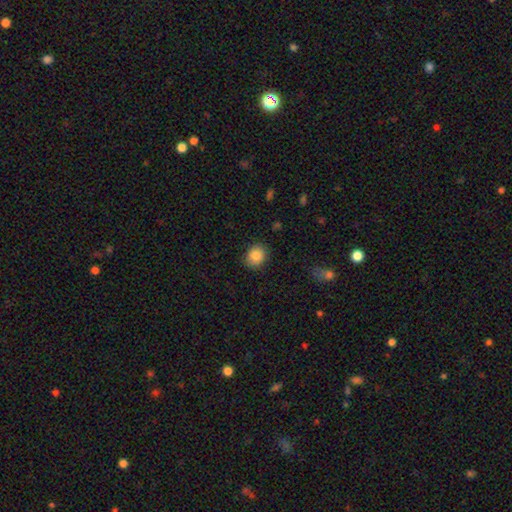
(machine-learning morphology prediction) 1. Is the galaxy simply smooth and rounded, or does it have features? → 86% smooth, 8% star or artifact, 6% featured or disk.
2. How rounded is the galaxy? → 65% round, 34% in between, 1% cigar-shaped.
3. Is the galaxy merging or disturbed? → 85% none, 11% minor disturbance, 3% major disturbance, 1% merger.